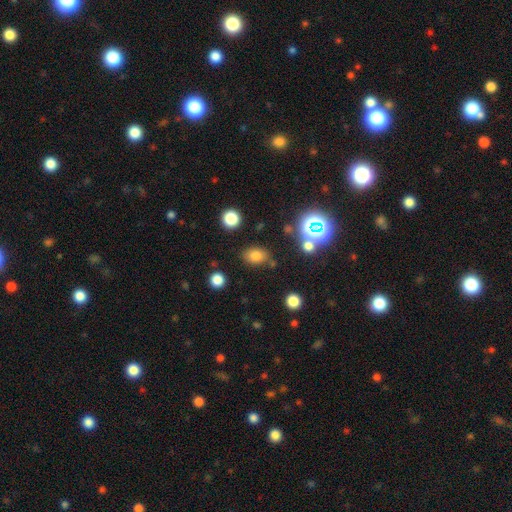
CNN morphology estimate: A smooth galaxy with no disk features (75%) that is in between round and cigar-shaped (72%).

Vote fractions:
- Smooth or featured? smooth: 75% / star or artifact: 17% / featured or disk: 8%
- How rounded? in between: 72% / round: 27% / cigar-shaped: 1%
- Merging? none: 76% / minor disturbance: 14% / merger: 6% / major disturbance: 4%